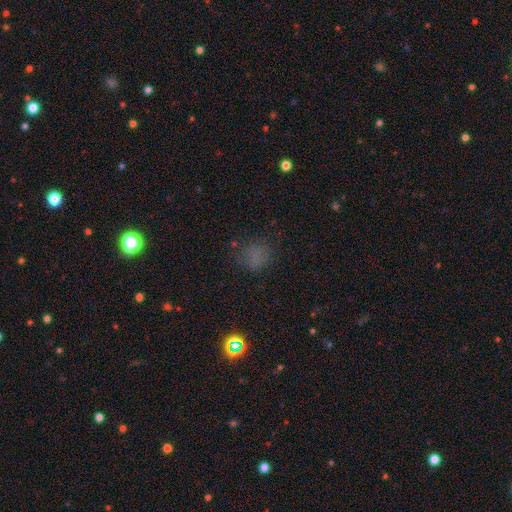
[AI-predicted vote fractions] smooth-or-featured: smooth: 62% | star or artifact: 27% | featured or disk: 11%
  how-rounded: round: 69% | in between: 30% | cigar-shaped: 1%
  merging: none: 66% | minor disturbance: 20% | major disturbance: 12% | merger: 2%